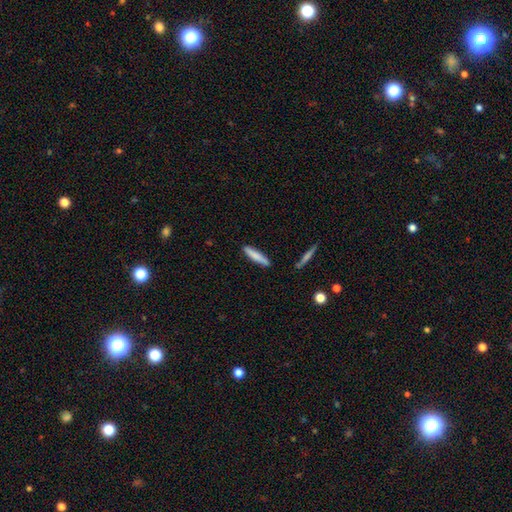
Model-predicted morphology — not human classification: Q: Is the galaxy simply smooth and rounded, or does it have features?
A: smooth — 76%.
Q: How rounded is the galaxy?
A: cigar-shaped — 88%.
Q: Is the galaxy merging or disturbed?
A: none — 86%.